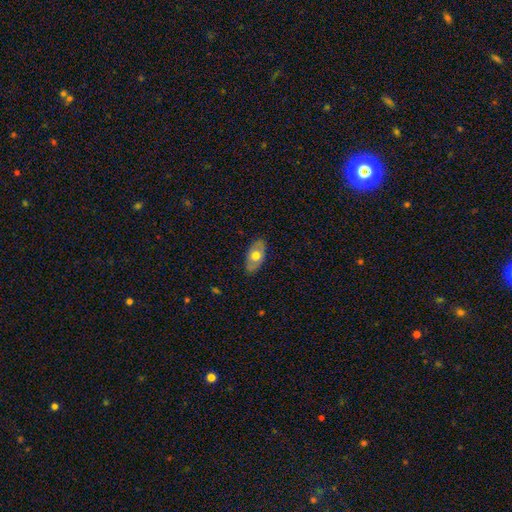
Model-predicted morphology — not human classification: smooth_or_featured: smooth (p=0.64) [alt: featured or disk p=0.30]
how_rounded: in between (p=0.92) [alt: round p=0.05]
merging: none (p=0.82) [alt: minor disturbance p=0.14]